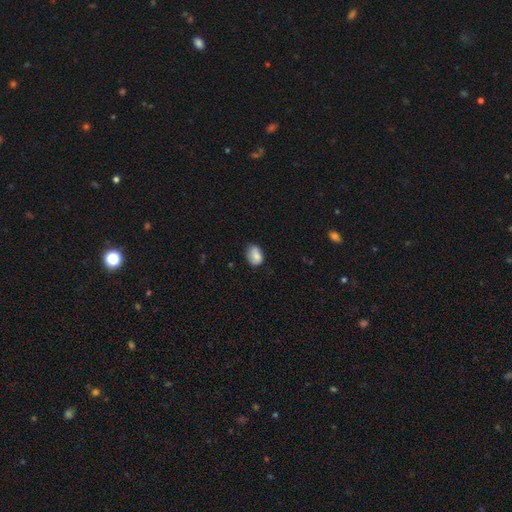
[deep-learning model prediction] A smooth galaxy with no disk features (77%) that is in between round and cigar-shaped (72%).

Vote fractions:
- Smooth or featured? smooth: 77% / featured or disk: 15% / star or artifact: 8%
- How rounded? in between: 72% / round: 27% / cigar-shaped: 1%
- Merging? none: 63% / minor disturbance: 29% / major disturbance: 6% / merger: 2%